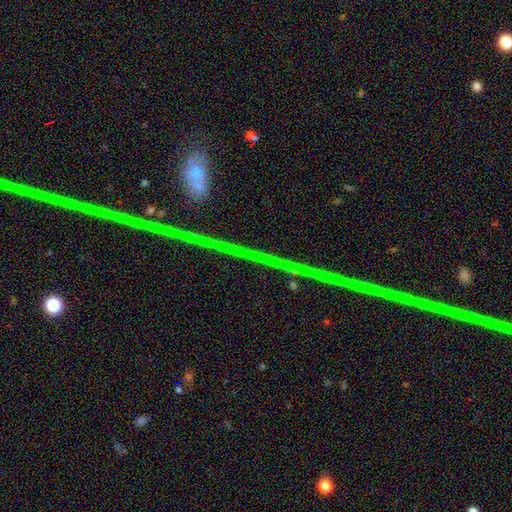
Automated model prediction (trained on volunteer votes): A star or artifact, not a galaxy (77%).

Vote fractions:
- Smooth or featured? star or artifact: 77% / featured or disk: 14% / smooth: 9%